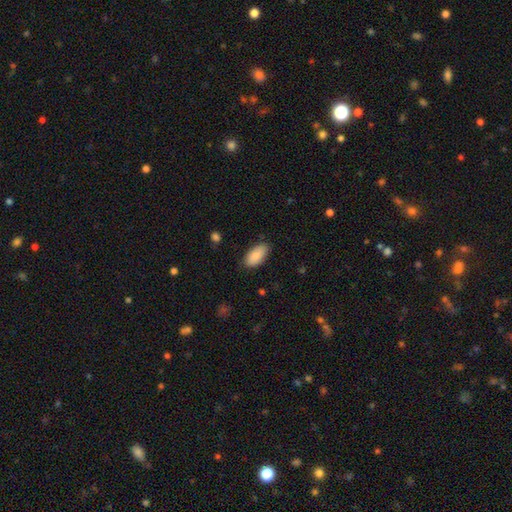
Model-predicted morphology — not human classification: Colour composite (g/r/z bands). It shows a smooth galaxy with no disk features (88%) that is in between round and cigar-shaped (93%). Merging: none (83%).